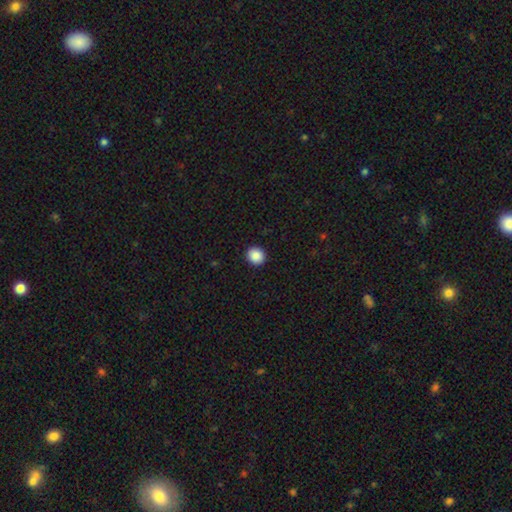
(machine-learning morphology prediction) Smooth or featured? smooth (89%)
How rounded? round (87%)
Merging? none (93%)